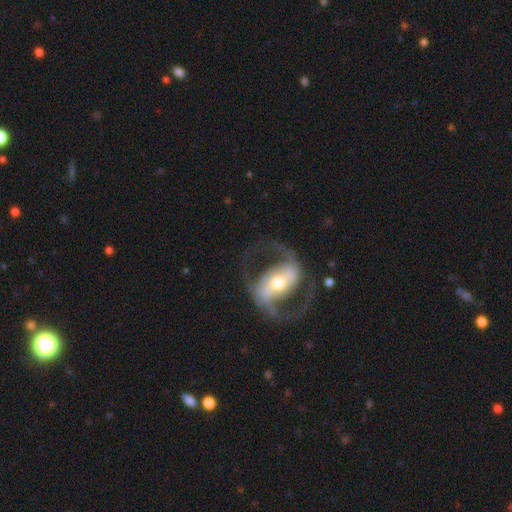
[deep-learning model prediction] Q: Smooth or featured?
A: featured or disk (89%); runner-up: smooth (5%)
Q: Edge-on disk?
A: no (96%); runner-up: yes (4%)
Q: Bar?
A: strong (53%); runner-up: weak (27%)
Q: Spiral arms?
A: yes (95%); runner-up: no (5%)
Q: Spiral winding?
A: medium (53%); runner-up: loose (32%)
Q: Spiral arm count?
A: 2 (93%); runner-up: can't tell (2%)
Q: Bulge size?
A: moderate (51%); runner-up: small (39%)
Q: Merging?
A: none (75%); runner-up: major disturbance (12%)